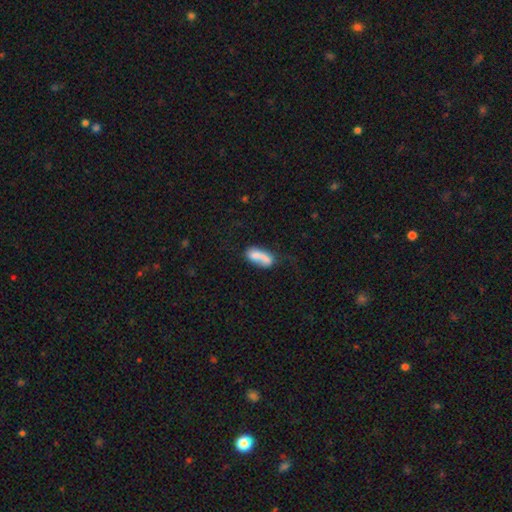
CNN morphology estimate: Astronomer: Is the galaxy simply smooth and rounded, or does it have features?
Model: smooth — 67%.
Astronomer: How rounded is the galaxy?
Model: in between — 80%.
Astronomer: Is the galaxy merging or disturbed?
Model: merger — 41% (runner-up: none, 28%).